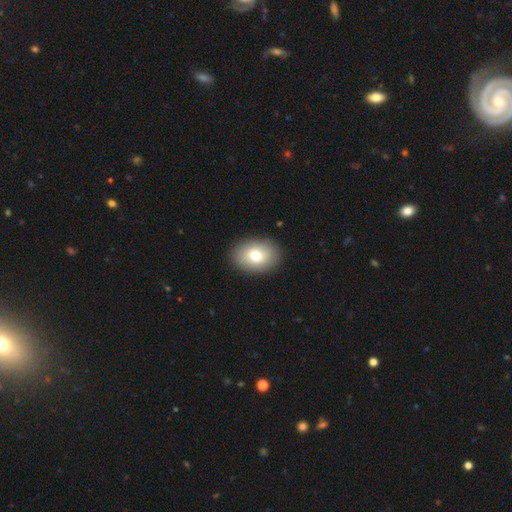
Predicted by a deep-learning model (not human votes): This is likely a smooth galaxy (75%). How rounded: likely in between (76%). Merging: clearly none (90%).